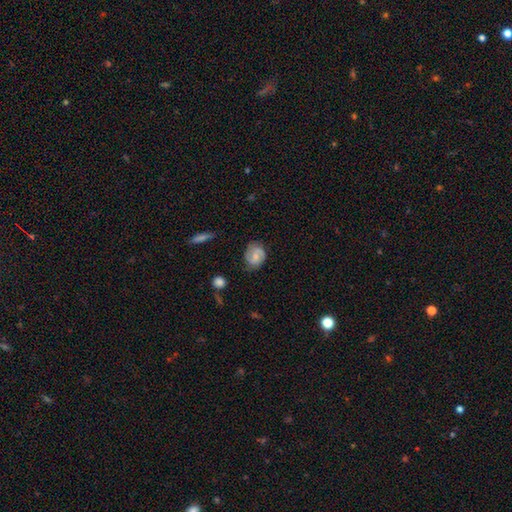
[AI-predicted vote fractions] smooth-or-featured: featured or disk: 50% | smooth: 43% | star or artifact: 7%
  merging: none: 70% | minor disturbance: 22% | major disturbance: 6% | merger: 2%